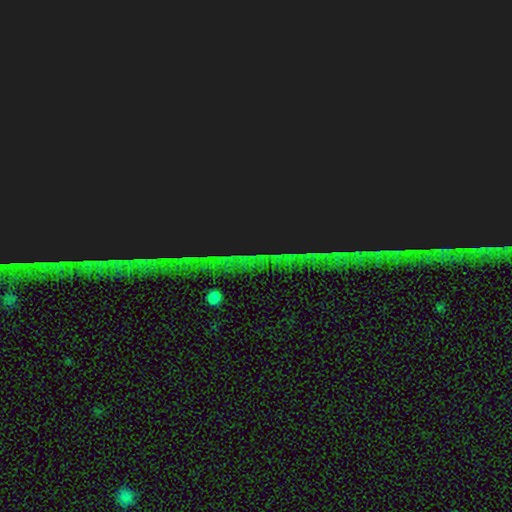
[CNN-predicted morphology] A star or artifact, not a galaxy (82%).

Vote fractions:
- Smooth or featured? star or artifact: 82% / smooth: 9% / featured or disk: 8%